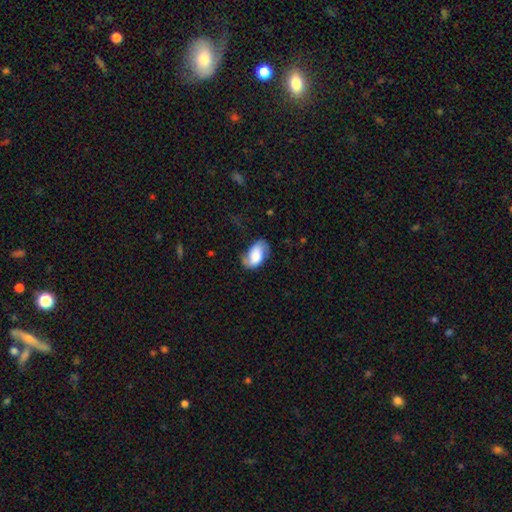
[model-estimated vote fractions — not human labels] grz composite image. It shows a smooth galaxy with no disk features (50%) that is in between round and cigar-shaped (91%). Merging: none (59%).